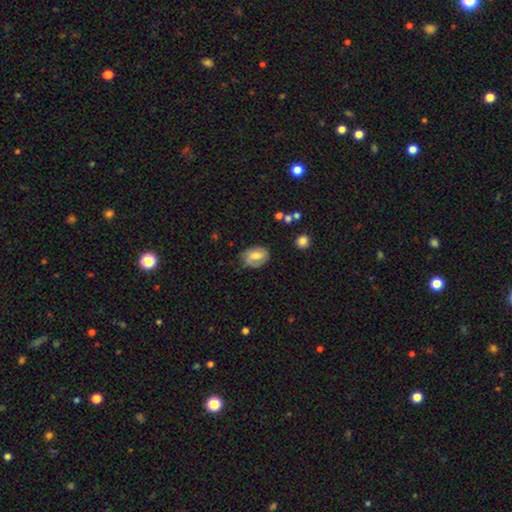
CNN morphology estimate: The model was most divided on "smooth or featured": smooth: 57%, featured or disk: 36%, star or artifact: 8%. More confident: how rounded — in between (72%); merging — none (69%).